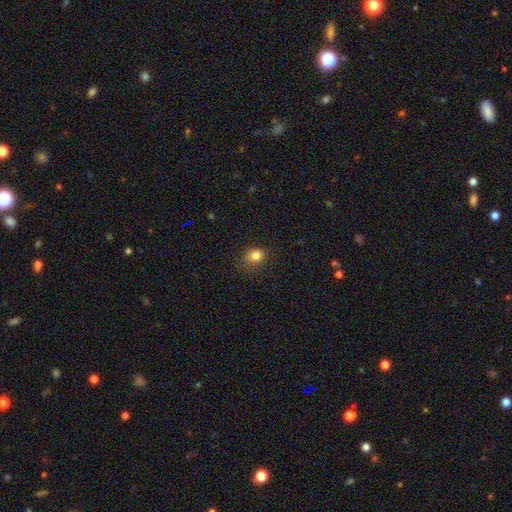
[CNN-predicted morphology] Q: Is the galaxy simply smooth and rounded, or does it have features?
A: smooth — 82%.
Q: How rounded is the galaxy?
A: round — 57%.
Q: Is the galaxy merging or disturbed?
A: none — 72%.